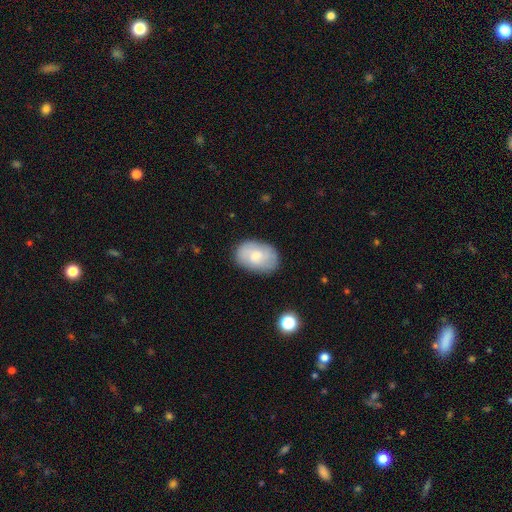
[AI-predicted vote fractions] This appears to be a smooth galaxy with no disk features (59%) that is in between round and cigar-shaped (86%). Merging: none (80%).